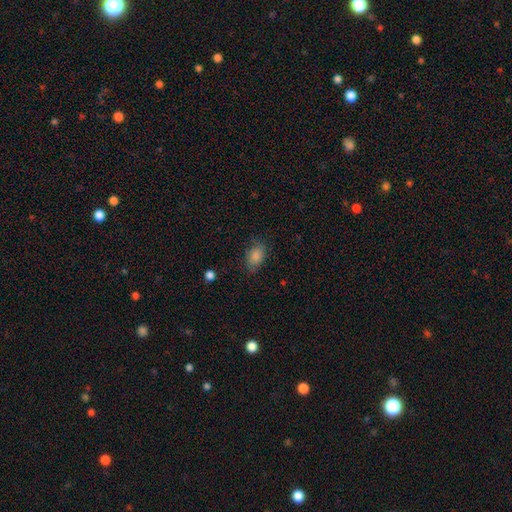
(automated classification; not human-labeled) The model was most divided on "merging": none: 74%, minor disturbance: 19%, major disturbance: 5%, merger: 1%. More confident: how rounded — in between (87%); smooth or featured — smooth (85%).